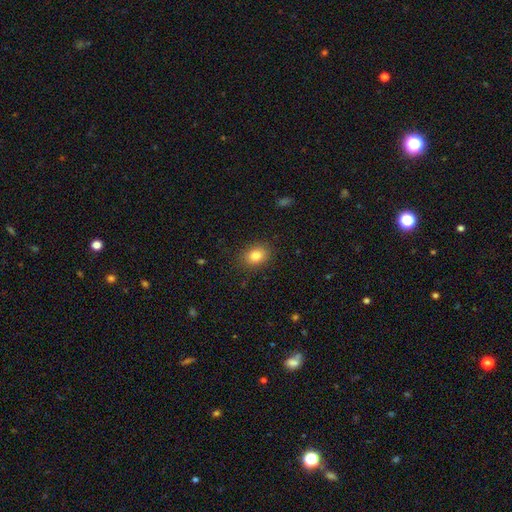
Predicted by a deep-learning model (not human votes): A smooth galaxy with no disk features (83%) that is in between round and cigar-shaped (66%). Merging: none (86%).